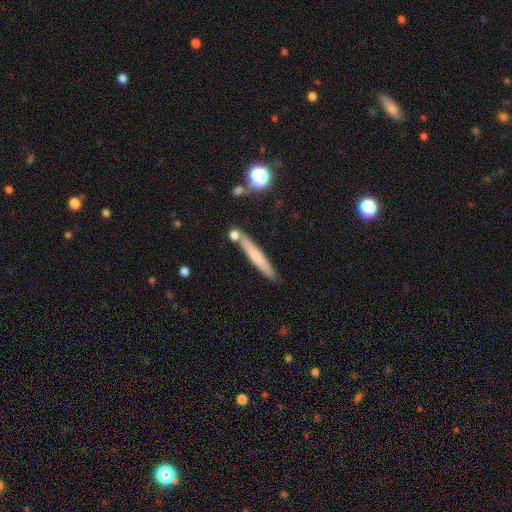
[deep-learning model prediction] A smooth galaxy with no disk features (63%) that is cigar-shaped (95%).

Vote fractions:
- Smooth or featured? smooth: 63% / featured or disk: 30% / star or artifact: 7%
- How rounded? cigar-shaped: 95% / in between: 4% / round: 1%
- Merging? none: 80% / minor disturbance: 11% / merger: 7% / major disturbance: 2%